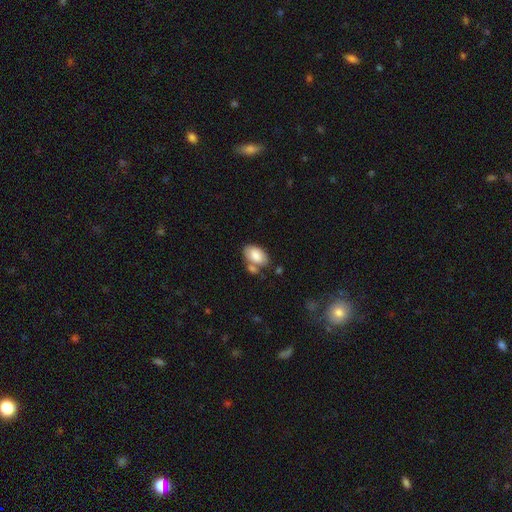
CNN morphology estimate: A smooth galaxy with no disk features (83%) that is in between round and cigar-shaped (92%). Merging: none (51%).